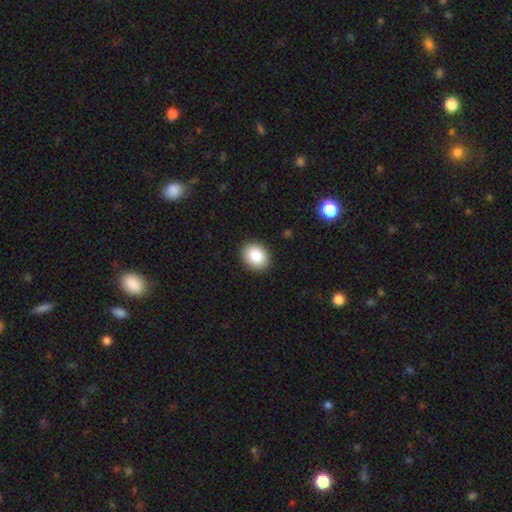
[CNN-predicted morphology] smooth 87%, star or artifact 8%, featured or disk 5%. Down the decision tree: how rounded — round (52%); merging — none (90%).